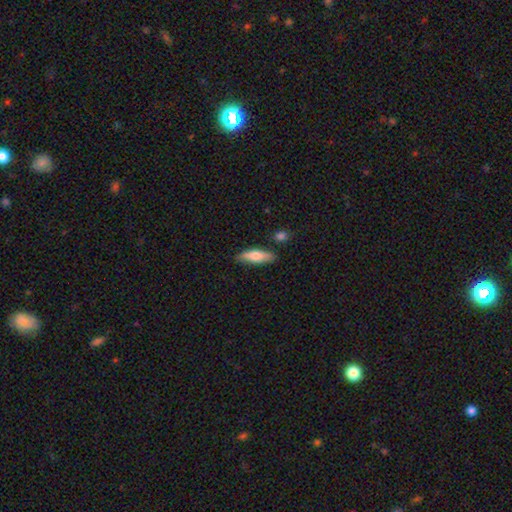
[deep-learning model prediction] smooth-or-featured: smooth: 70% | featured or disk: 24% | star or artifact: 6%
  how-rounded: cigar-shaped: 49% | in between: 48% | round: 2%
  merging: none: 79% | minor disturbance: 14% | merger: 4% | major disturbance: 3%